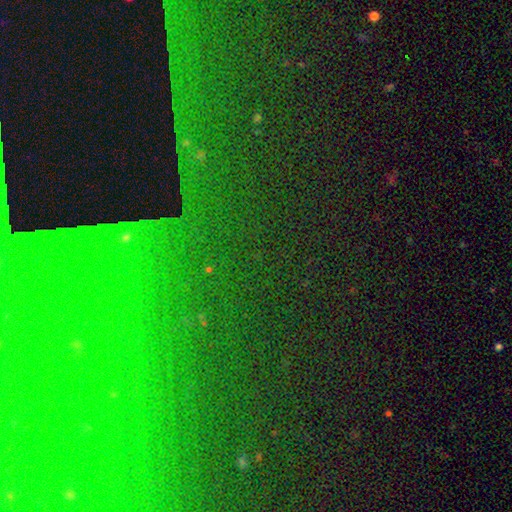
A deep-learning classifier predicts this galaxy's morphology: Smooth or featured? Predicted: star or artifact (p=0.76).